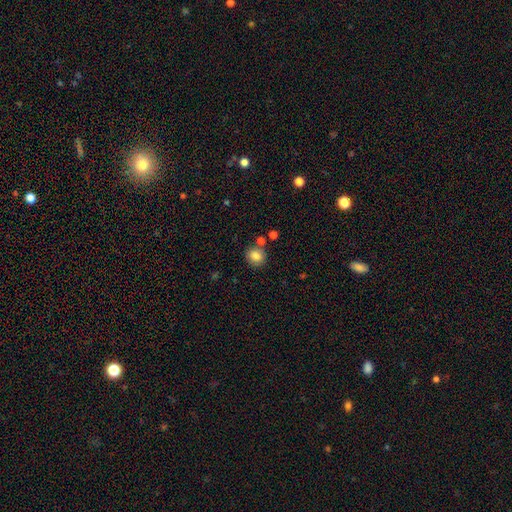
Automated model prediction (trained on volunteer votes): Q: Smooth or featured?
A: smooth (83%); runner-up: star or artifact (10%)
Q: How rounded?
A: round (83%); runner-up: in between (16%)
Q: Merging?
A: none (79%); runner-up: minor disturbance (10%)